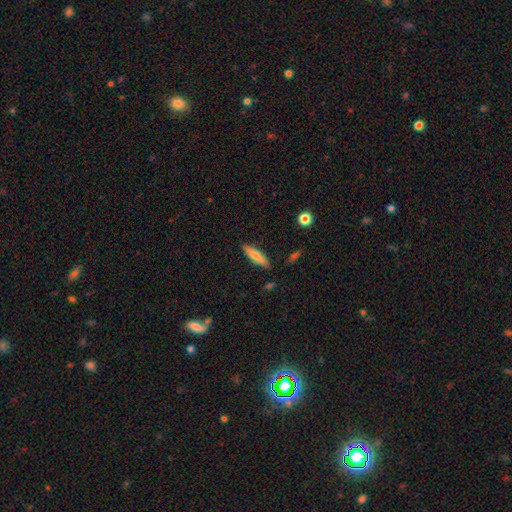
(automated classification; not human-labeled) Q: Smooth or featured?
A: smooth (72%); runner-up: featured or disk (21%)
Q: How rounded?
A: cigar-shaped (76%); runner-up: in between (22%)
Q: Merging?
A: none (87%); runner-up: minor disturbance (9%)